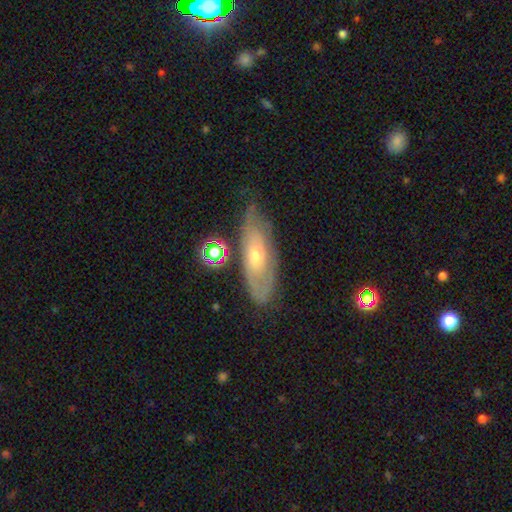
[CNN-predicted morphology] A featured or disk galaxy (61%). Merging: none (67%).